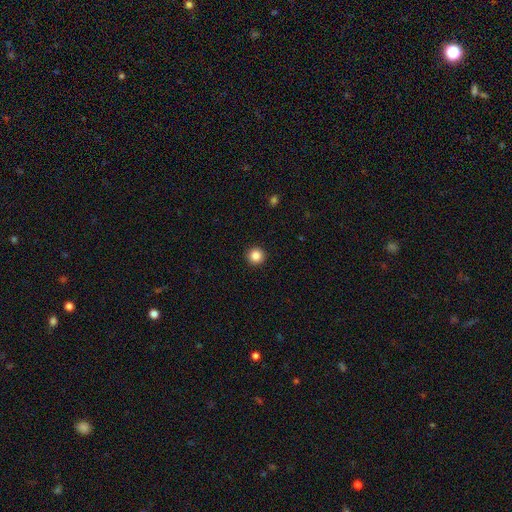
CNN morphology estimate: type=smooth (86%); roundness=round (96%); merging=none (94%).